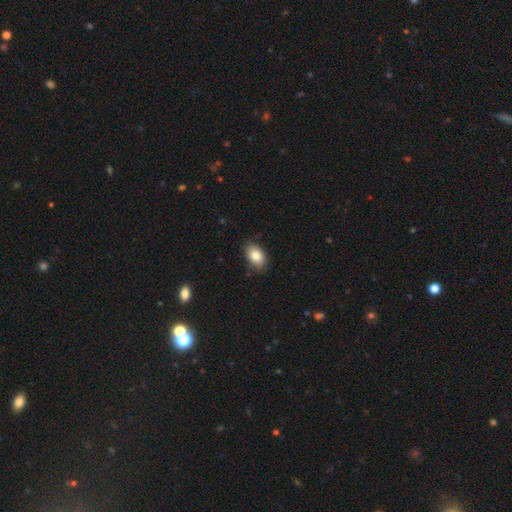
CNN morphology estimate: A smooth galaxy with no disk features (83%) that is in between round and cigar-shaped (87%). Merging: none (83%).